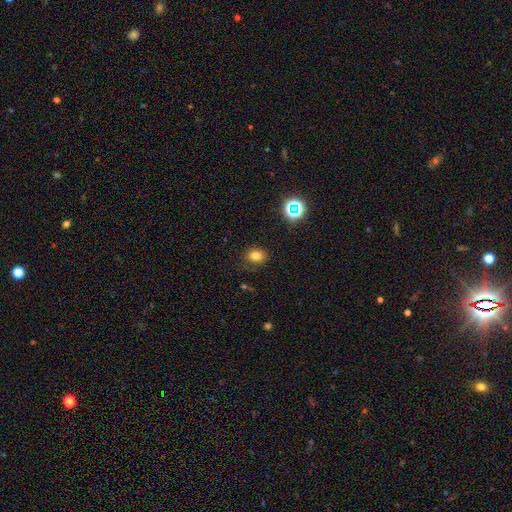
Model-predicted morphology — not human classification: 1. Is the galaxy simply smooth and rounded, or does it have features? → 78% smooth, 15% star or artifact, 6% featured or disk.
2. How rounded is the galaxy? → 50% in between, 49% round, 1% cigar-shaped.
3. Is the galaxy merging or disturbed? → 84% none, 11% minor disturbance, 4% major disturbance, 1% merger.